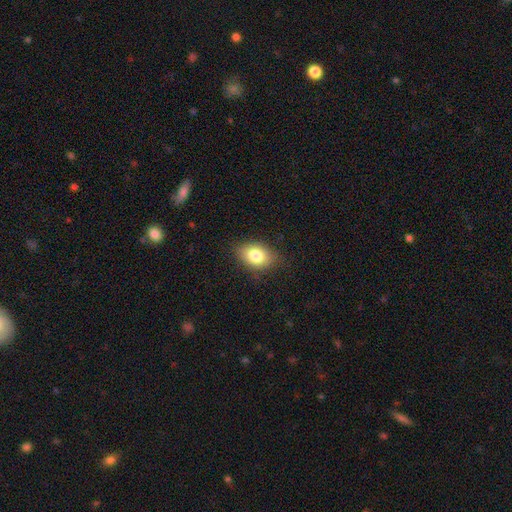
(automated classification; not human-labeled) Smooth or featured: smooth — 81% (featured or disk — 10%)
How rounded: in between — 80% (round — 18%)
Merging: none — 80% (minor disturbance — 16%)